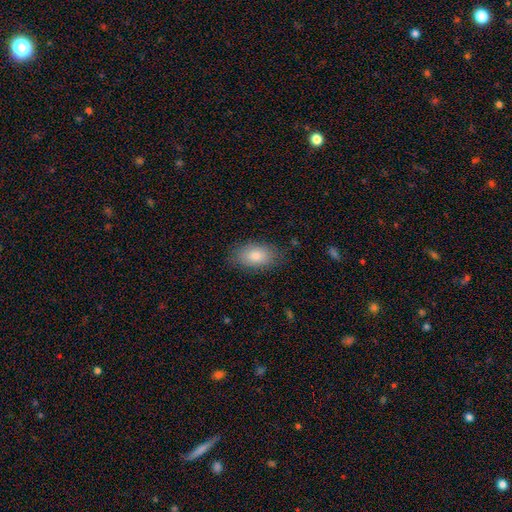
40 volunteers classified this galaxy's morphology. This is likely a smooth galaxy (75%). How rounded: clearly in between (97%). Merging: clearly none (97%).